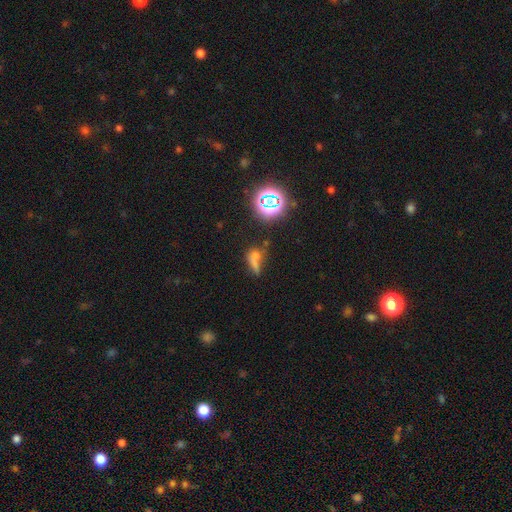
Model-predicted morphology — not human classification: Smooth or featured: smooth — 50% (star or artifact — 30%)
Merging: none — 31% (merger — 30%)